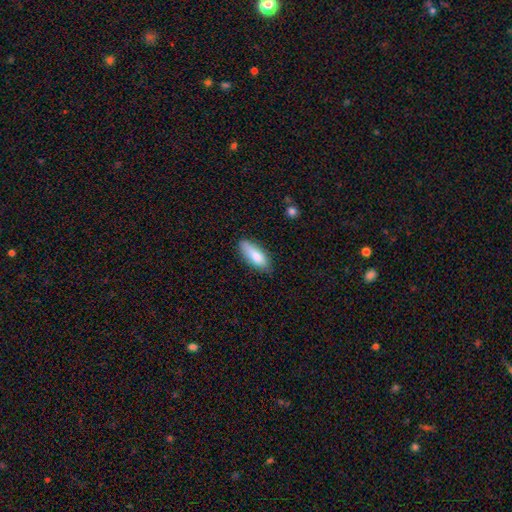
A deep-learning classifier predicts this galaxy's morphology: Smooth or featured?
  - smooth: 83% *
  - featured or disk: 11%
  - star or artifact: 6%
How rounded?
  - in between: 66% *
  - cigar-shaped: 33%
  - round: 2%
Merging?
  - none: 73% *
  - minor disturbance: 22%
  - major disturbance: 4%
  - merger: 2%